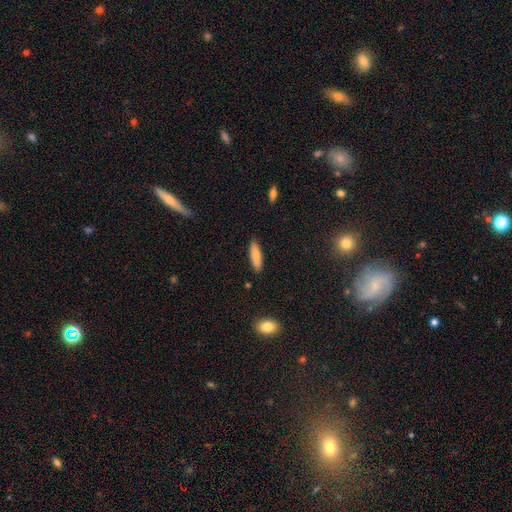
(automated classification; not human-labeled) Morphology: type=smooth (81%); roundness=cigar-shaped (62%); merging=none (88%).